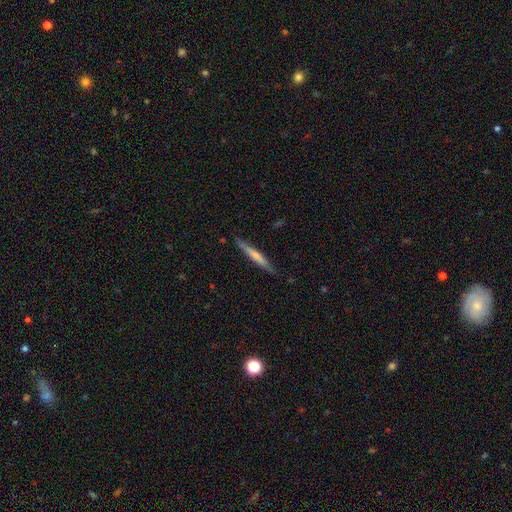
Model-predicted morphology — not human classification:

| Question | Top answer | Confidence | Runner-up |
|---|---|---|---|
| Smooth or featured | smooth | 52% | featured or disk (43%) |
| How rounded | cigar-shaped | 94% | in between (4%) |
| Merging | none | 84% | minor disturbance (12%) |